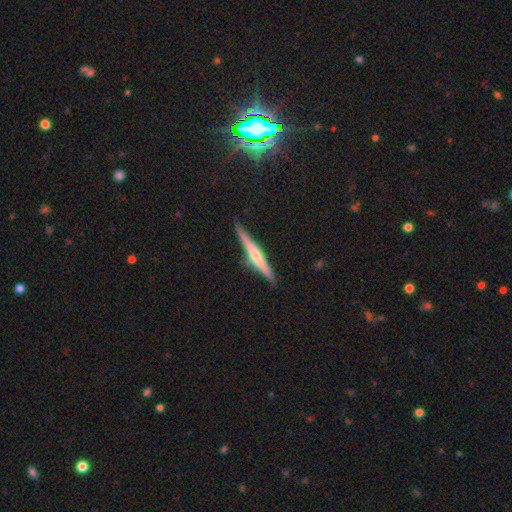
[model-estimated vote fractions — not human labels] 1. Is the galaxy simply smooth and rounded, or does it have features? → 64% featured or disk, 30% smooth, 6% star or artifact.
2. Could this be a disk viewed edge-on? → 97% yes, 3% no.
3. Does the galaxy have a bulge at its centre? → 63% rounded, 23% none, 14% boxy.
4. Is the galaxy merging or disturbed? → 86% none, 11% minor disturbance, 2% major disturbance, 2% merger.